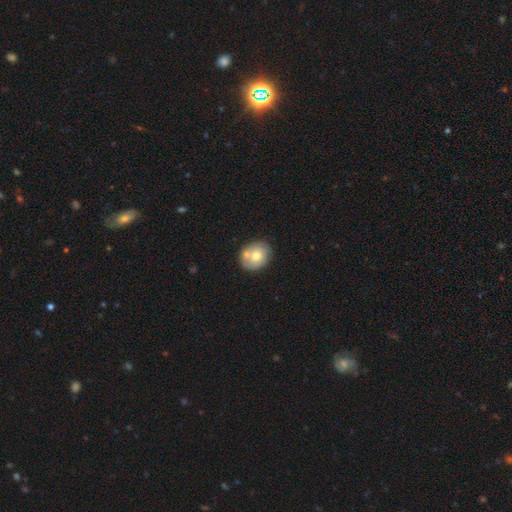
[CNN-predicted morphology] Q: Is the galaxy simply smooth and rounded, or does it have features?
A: smooth — 67%.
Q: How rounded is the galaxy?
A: round — 58%.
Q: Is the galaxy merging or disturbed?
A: none — 59%.